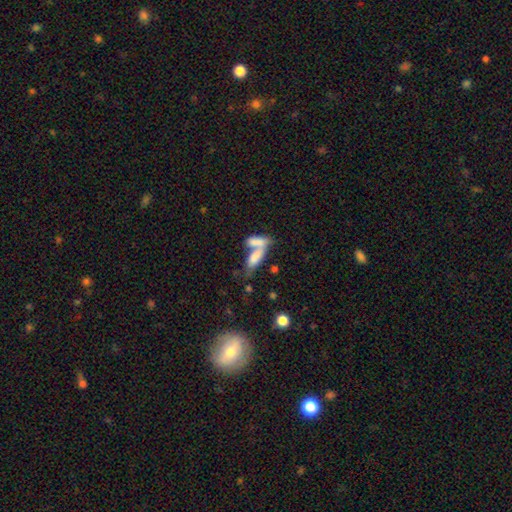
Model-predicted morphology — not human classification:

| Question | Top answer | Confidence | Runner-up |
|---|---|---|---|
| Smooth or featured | smooth | 75% | featured or disk (17%) |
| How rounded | in between | 72% | cigar-shaped (25%) |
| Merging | merger | 67% | none (21%) |